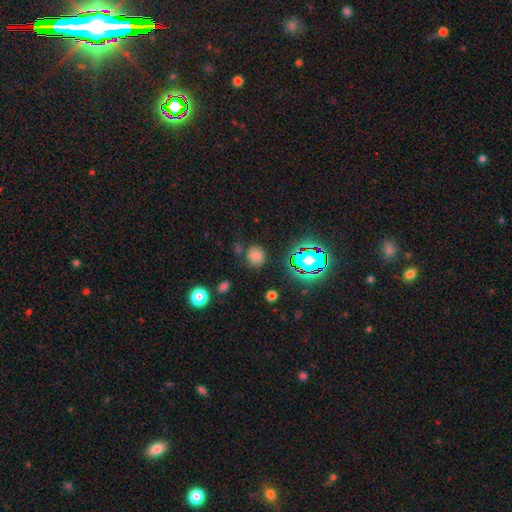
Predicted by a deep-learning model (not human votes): The model was most divided on "smooth or featured": smooth: 65%, star or artifact: 23%, featured or disk: 12%. More confident: how rounded — round (78%); merging — none (70%).